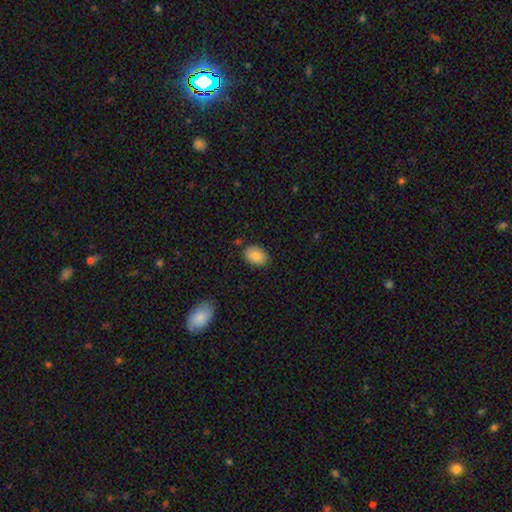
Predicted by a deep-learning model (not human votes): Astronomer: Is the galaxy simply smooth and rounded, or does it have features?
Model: smooth — 86%.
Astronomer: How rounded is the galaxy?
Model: in between — 77%.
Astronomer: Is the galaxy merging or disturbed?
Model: none — 84%.